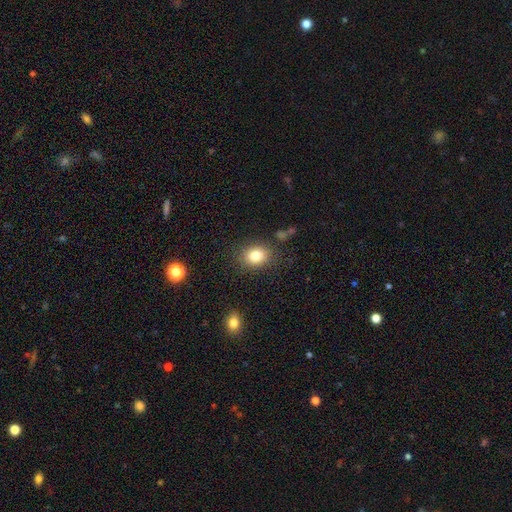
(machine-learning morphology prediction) Q: Smooth or featured?
A: smooth (80%); runner-up: star or artifact (11%)
Q: How rounded?
A: round (55%); runner-up: in between (45%)
Q: Merging?
A: none (84%); runner-up: minor disturbance (10%)